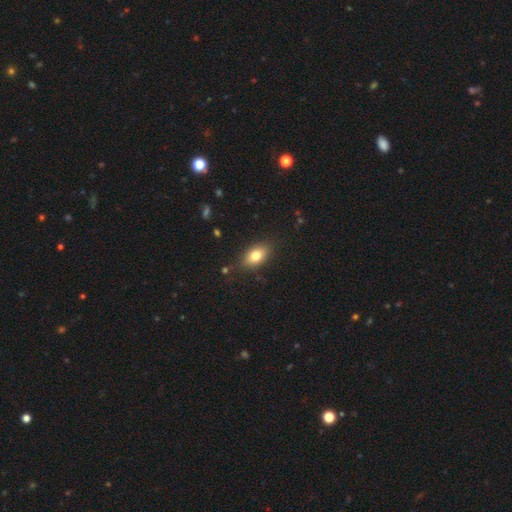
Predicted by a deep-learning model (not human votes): smooth-or-featured: smooth: 78% | featured or disk: 14% | star or artifact: 9%
  how-rounded: in between: 85% | round: 10% | cigar-shaped: 5%
  merging: none: 83% | minor disturbance: 13% | major disturbance: 3% | merger: 2%